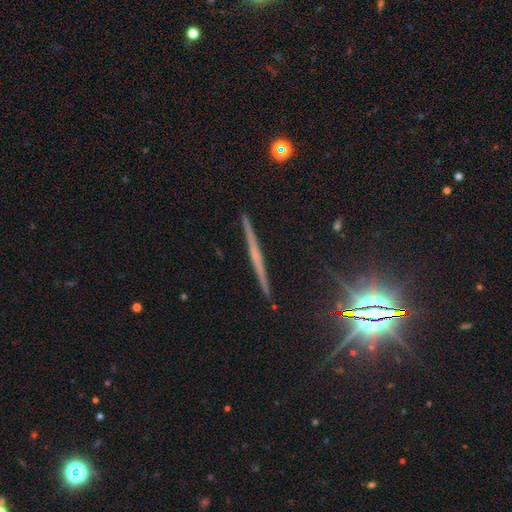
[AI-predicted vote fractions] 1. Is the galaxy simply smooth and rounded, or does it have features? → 63% featured or disk, 19% star or artifact, 18% smooth.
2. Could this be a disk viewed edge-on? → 97% yes, 3% no.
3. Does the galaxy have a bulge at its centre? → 52% none, 37% rounded, 10% boxy.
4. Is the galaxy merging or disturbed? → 90% none, 7% minor disturbance, 2% major disturbance, 1% merger.